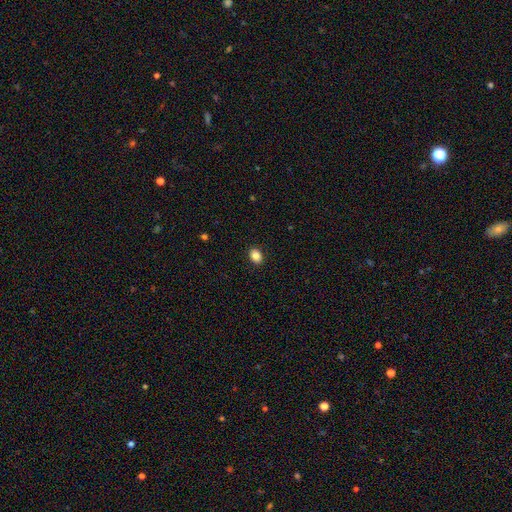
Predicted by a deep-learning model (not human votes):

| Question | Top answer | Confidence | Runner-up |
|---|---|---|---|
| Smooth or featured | smooth | 86% | star or artifact (9%) |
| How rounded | in between | 68% | round (32%) |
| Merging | none | 91% | minor disturbance (7%) |